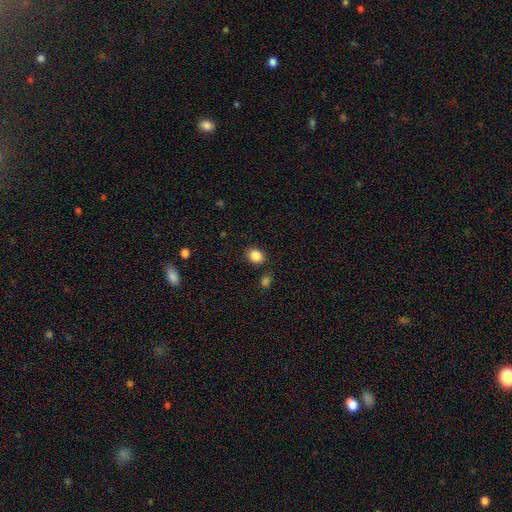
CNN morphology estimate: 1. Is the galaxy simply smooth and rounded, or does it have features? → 87% smooth, 9% star or artifact, 4% featured or disk.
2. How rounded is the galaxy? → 54% round, 45% in between, 1% cigar-shaped.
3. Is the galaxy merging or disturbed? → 82% none, 10% minor disturbance, 5% merger, 3% major disturbance.